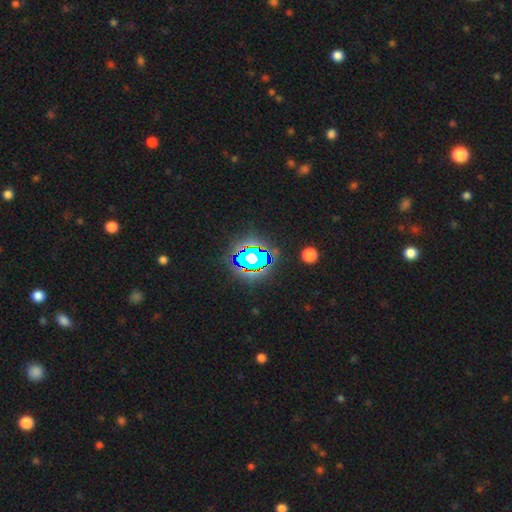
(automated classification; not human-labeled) Smooth or featured? star or artifact (81%)